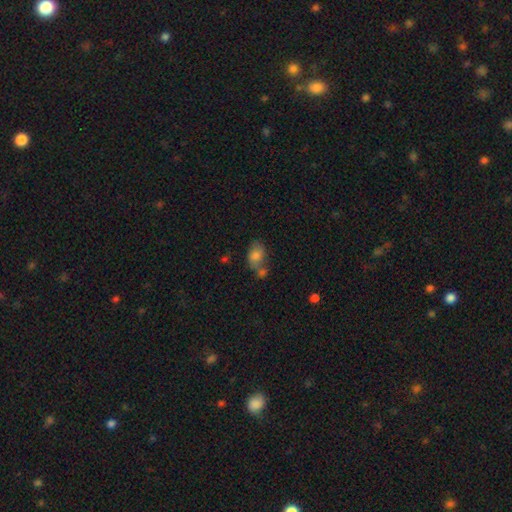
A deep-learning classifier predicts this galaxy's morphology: Smooth or featured? smooth (76%)
How rounded? in between (81%)
Merging? none (43%)